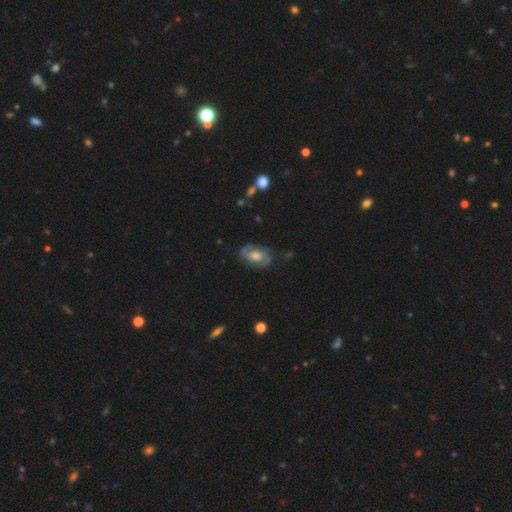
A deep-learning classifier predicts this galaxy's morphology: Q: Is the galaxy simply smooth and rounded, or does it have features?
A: featured or disk — 81%.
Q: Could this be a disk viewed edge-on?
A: no — 97%.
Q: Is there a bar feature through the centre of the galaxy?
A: no — 57%.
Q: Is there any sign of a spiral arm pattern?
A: yes — 93%.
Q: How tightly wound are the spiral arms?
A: medium — 46%.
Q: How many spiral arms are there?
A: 2 — 89%.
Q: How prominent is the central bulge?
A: moderate — 53%.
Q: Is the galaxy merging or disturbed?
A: none — 80%.